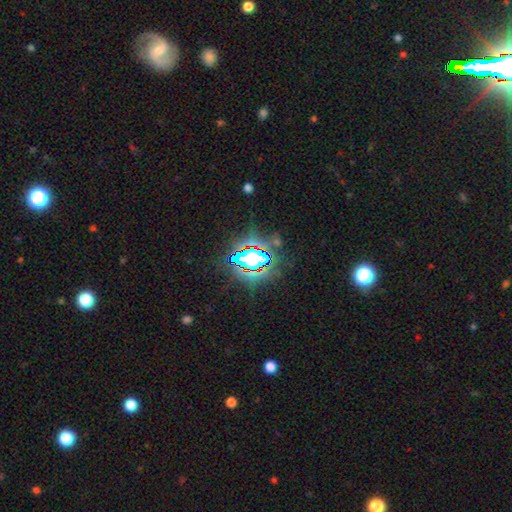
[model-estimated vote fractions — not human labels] Smooth or featured? star or artifact (73%)